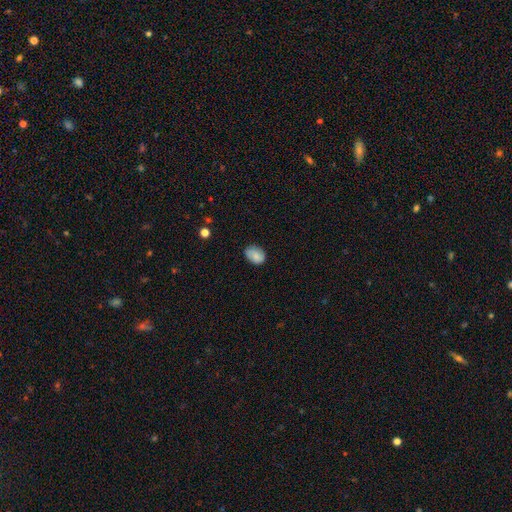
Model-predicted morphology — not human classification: Overall: smooth (79%). How rounded: in between (69%). Merging: none (73%).